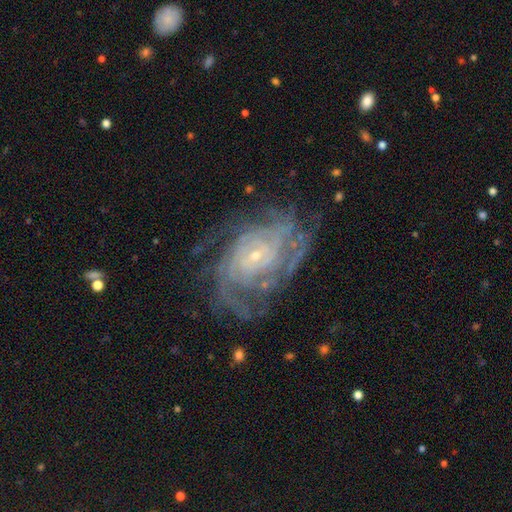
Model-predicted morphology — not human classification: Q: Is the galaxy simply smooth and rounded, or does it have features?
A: featured or disk — 86%.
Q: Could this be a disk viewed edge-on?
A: no — 97%.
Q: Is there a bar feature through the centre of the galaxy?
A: no — 72%.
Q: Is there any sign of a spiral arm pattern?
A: yes — 95%.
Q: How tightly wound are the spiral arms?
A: tight — 66%.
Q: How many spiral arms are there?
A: can't tell — 35%.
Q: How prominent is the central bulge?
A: small — 82%.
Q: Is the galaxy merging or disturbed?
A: none — 68%.